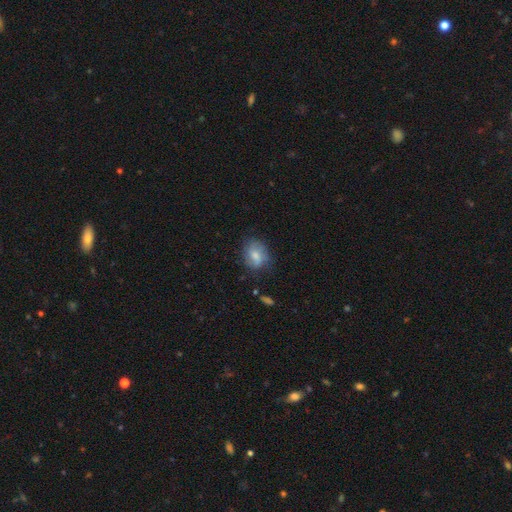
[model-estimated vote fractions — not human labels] A smooth galaxy with no disk features (67%) that is in between round and cigar-shaped (64%).

Vote fractions:
- Smooth or featured? smooth: 67% / featured or disk: 25% / star or artifact: 8%
- How rounded? in between: 64% / round: 34% / cigar-shaped: 2%
- Merging? none: 64% / minor disturbance: 25% / major disturbance: 8% / merger: 2%